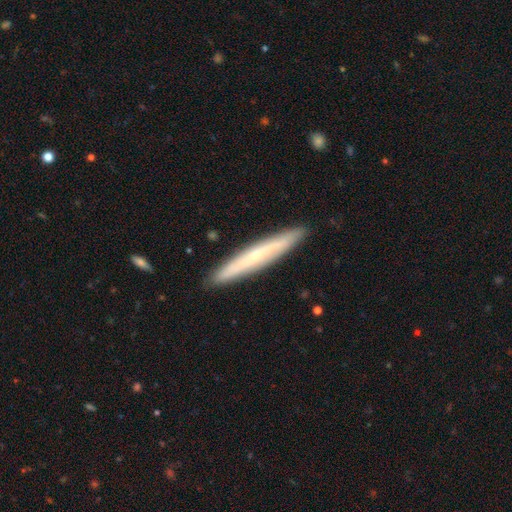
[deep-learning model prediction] smooth-or-featured: featured or disk: 53% | smooth: 41% | star or artifact: 6%
  disk-edge-on: yes: 88% | no: 12%
  merging: none: 90% | minor disturbance: 7% | major disturbance: 1% | merger: 1%